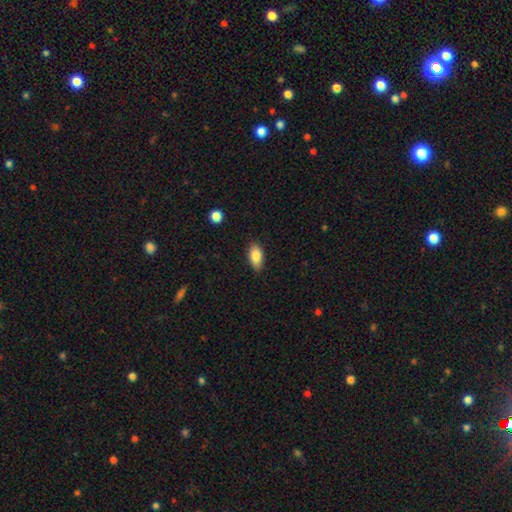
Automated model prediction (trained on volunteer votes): A smooth galaxy with no disk features (84%) that is in between round and cigar-shaped (91%).

Vote fractions:
- Smooth or featured? smooth: 84% / featured or disk: 8% / star or artifact: 7%
- How rounded? in between: 91% / cigar-shaped: 6% / round: 4%
- Merging? none: 85% / minor disturbance: 11% / major disturbance: 2% / merger: 1%